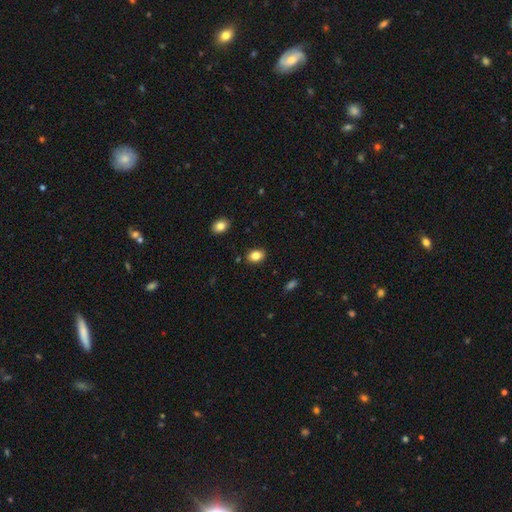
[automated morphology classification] The model was most divided on "how rounded": in between: 72%, round: 27%, cigar-shaped: 1%. More confident: merging — none (87%); smooth or featured — smooth (83%).